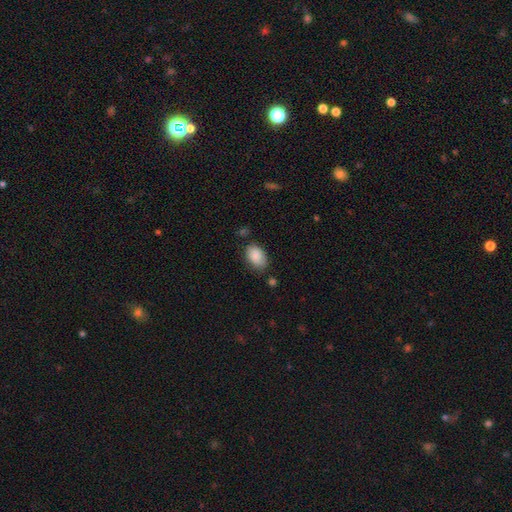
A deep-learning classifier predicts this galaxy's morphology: The model was most divided on "merging": none: 69%, minor disturbance: 22%, major disturbance: 5%, merger: 3%. More confident: how rounded — in between (90%); smooth or featured — smooth (89%).